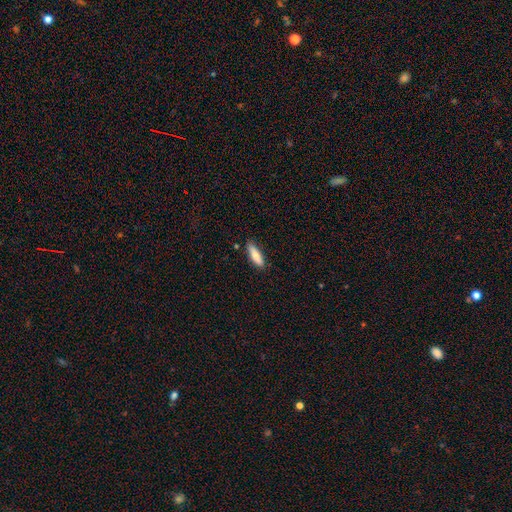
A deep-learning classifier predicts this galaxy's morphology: The model was most divided on "how rounded": cigar-shaped: 56%, in between: 42%, round: 2%. More confident: merging — none (84%); smooth or featured — smooth (78%).